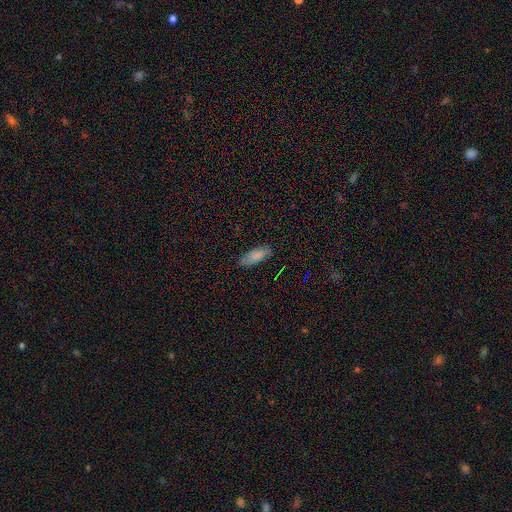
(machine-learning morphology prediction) Q: Smooth or featured?
A: smooth (82%); runner-up: featured or disk (10%)
Q: How rounded?
A: in between (76%); runner-up: cigar-shaped (22%)
Q: Merging?
A: none (81%); runner-up: minor disturbance (15%)